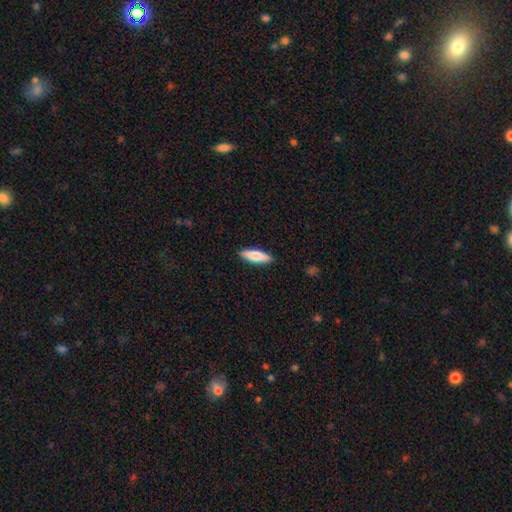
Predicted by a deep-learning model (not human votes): smooth_or_featured: smooth (p=0.79) [alt: featured or disk p=0.15]
how_rounded: in between (p=0.53) [alt: cigar-shaped p=0.45]
merging: none (p=0.89) [alt: minor disturbance p=0.08]